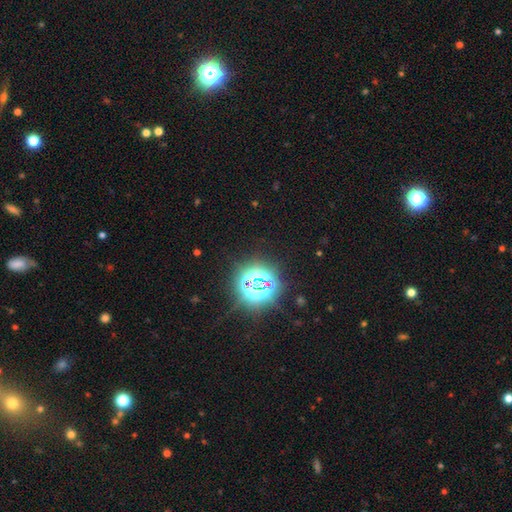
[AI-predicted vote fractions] Smooth or featured: star or artifact — 82% (smooth — 11%)